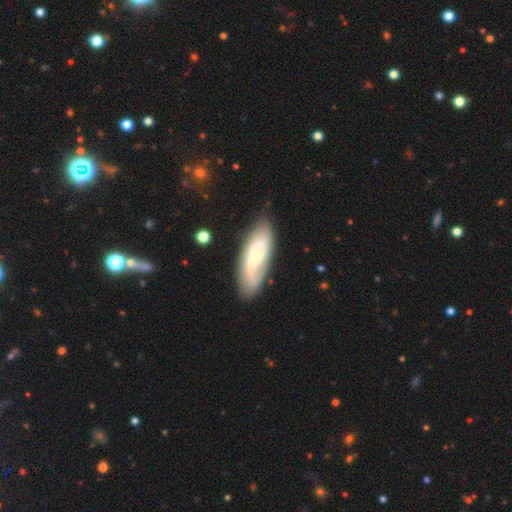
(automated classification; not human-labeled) Smooth or featured: featured or disk — 70% (smooth — 25%)
Edge-on disk: no — 88% (yes — 12%)
Bar: no — 61% (weak — 31%)
Spiral arms: yes — 84% (no — 16%)
Spiral winding: tight — 42% (medium — 38%)
Spiral arm count: 2 — 51% (can't tell — 32%)
Bulge size: small — 59% (moderate — 37%)
Merging: none — 77% (minor disturbance — 17%)